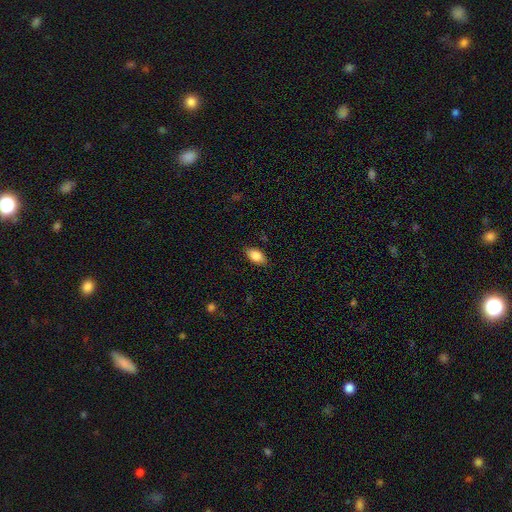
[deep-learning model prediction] Smooth or featured?
  - smooth: 84% *
  - featured or disk: 9%
  - star or artifact: 7%
How rounded?
  - in between: 90% *
  - round: 5%
  - cigar-shaped: 5%
Merging?
  - none: 85% *
  - minor disturbance: 11%
  - major disturbance: 2%
  - merger: 1%